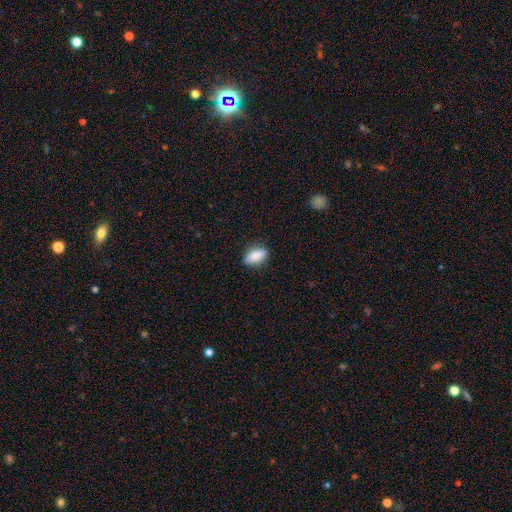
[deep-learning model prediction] A smooth galaxy with no disk features (80%) that is in between round and cigar-shaped (81%).

Vote fractions:
- Smooth or featured? smooth: 80% / featured or disk: 12% / star or artifact: 7%
- How rounded? in between: 81% / cigar-shaped: 12% / round: 6%
- Merging? none: 84% / minor disturbance: 12% / major disturbance: 3% / merger: 1%